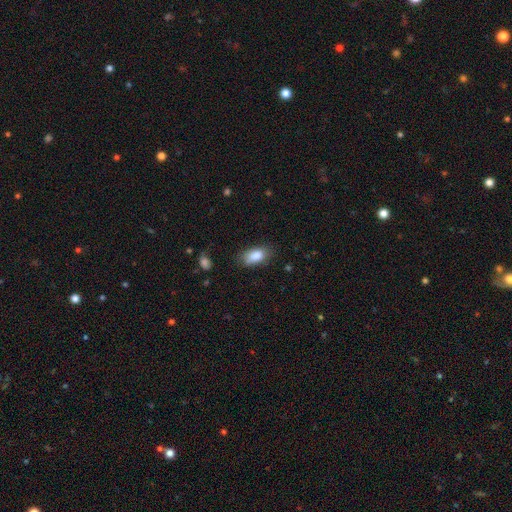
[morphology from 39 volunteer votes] Volunteers were most divided on "merging": none: 78%, minor disturbance: 19%, major disturbance: 3%, merger: 0%. More confident: smooth or featured — smooth (92%); how rounded — in between (89%).